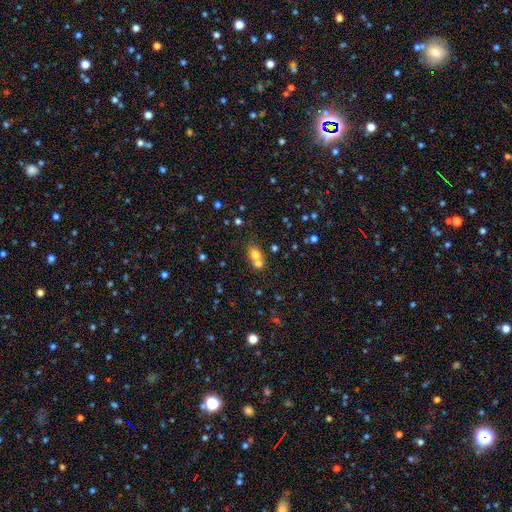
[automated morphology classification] Smooth or featured: smooth — 69% (featured or disk — 17%)
How rounded: in between — 60% (round — 37%)
Merging: merger — 59% (none — 30%)